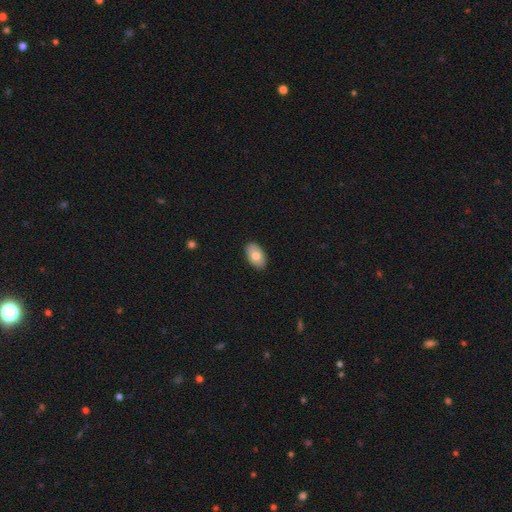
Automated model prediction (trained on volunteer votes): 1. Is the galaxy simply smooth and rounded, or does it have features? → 74% smooth, 19% featured or disk, 6% star or artifact.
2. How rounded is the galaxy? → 93% in between, 5% round, 1% cigar-shaped.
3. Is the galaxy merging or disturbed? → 89% none, 9% minor disturbance, 2% major disturbance, 1% merger.